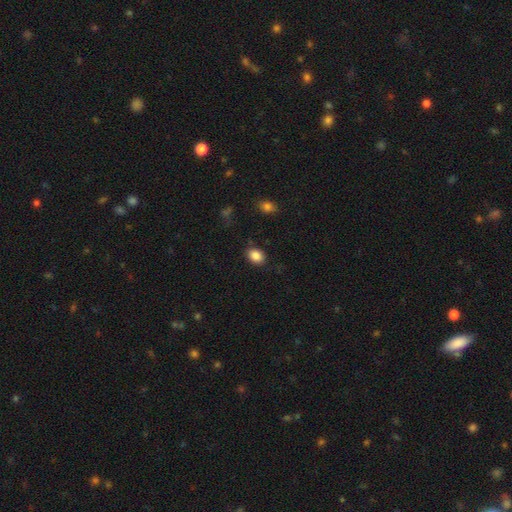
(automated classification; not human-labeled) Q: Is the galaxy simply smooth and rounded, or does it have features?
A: smooth — 86%.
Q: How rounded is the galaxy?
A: in between — 69%.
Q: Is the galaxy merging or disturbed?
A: none — 84%.